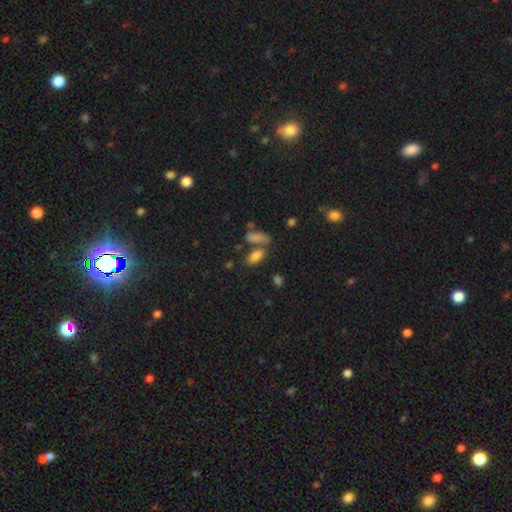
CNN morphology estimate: Smooth or featured? smooth (82%)
How rounded? in between (83%)
Merging? none (55%)